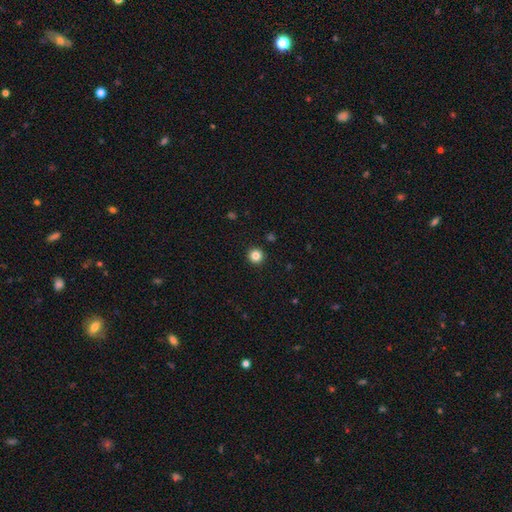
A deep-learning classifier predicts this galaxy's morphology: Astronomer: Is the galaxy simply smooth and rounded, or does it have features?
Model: smooth — 84%.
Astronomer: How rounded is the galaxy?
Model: round — 96%.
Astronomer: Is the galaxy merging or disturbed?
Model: none — 93%.